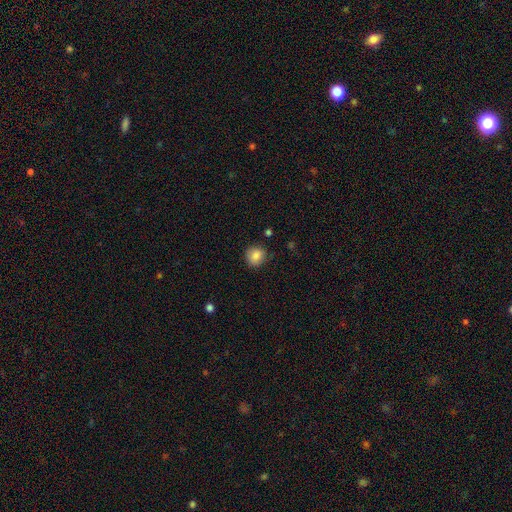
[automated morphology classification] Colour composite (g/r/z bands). It shows a smooth galaxy with no disk features (86%) that is round (82%). Merging: none (83%).